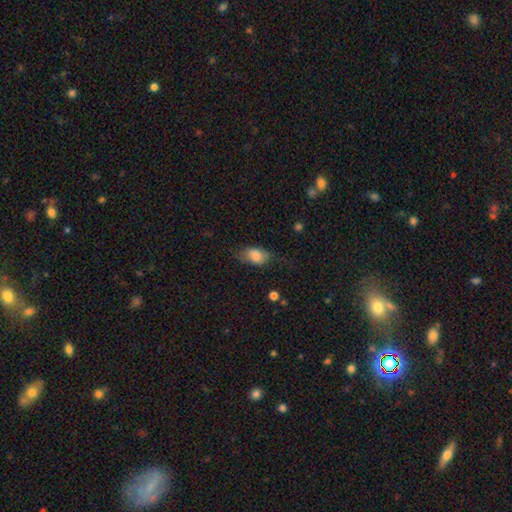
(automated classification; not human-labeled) Overall: smooth (80%). How rounded: in between (87%). Merging: none (59%; minor disturbance 27%).